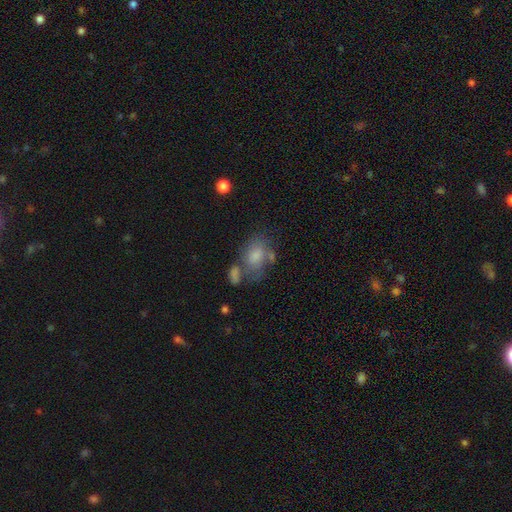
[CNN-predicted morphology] Q: Smooth or featured?
A: smooth (59%); runner-up: featured or disk (26%)
Q: How rounded?
A: in between (76%); runner-up: round (23%)
Q: Merging?
A: none (45%); runner-up: merger (24%)